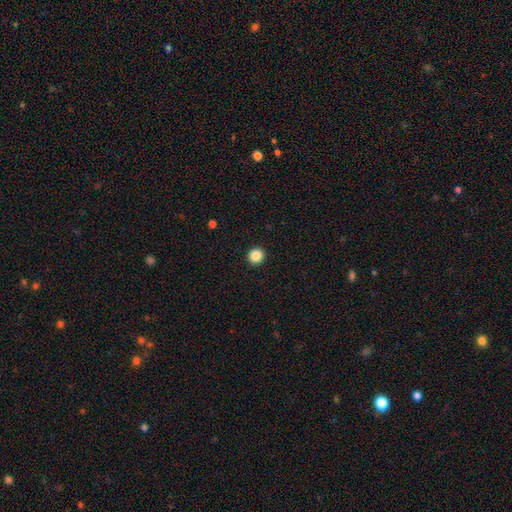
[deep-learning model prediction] A smooth galaxy with no disk features (86%) that is round (94%). Merging: none (94%).